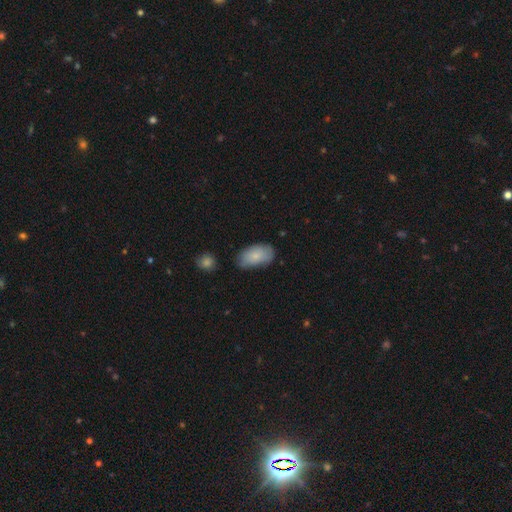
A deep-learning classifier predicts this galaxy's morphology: Smooth or featured?
  - smooth: 78% *
  - featured or disk: 16%
  - star or artifact: 6%
How rounded?
  - in between: 94% *
  - round: 4%
  - cigar-shaped: 2%
Merging?
  - none: 65% *
  - minor disturbance: 27%
  - major disturbance: 6%
  - merger: 3%